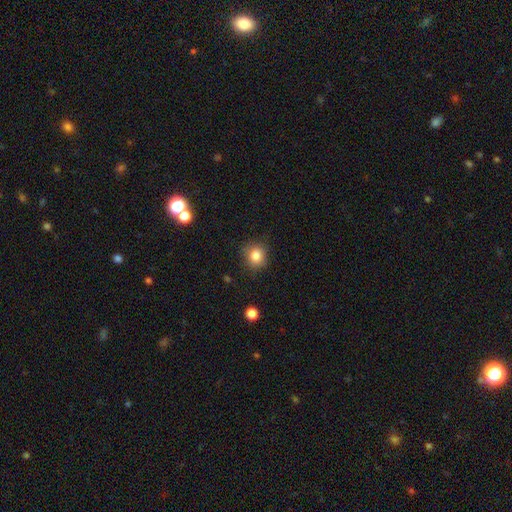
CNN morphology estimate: Overall: smooth (84%). How rounded: round (84%). Merging: none (85%).